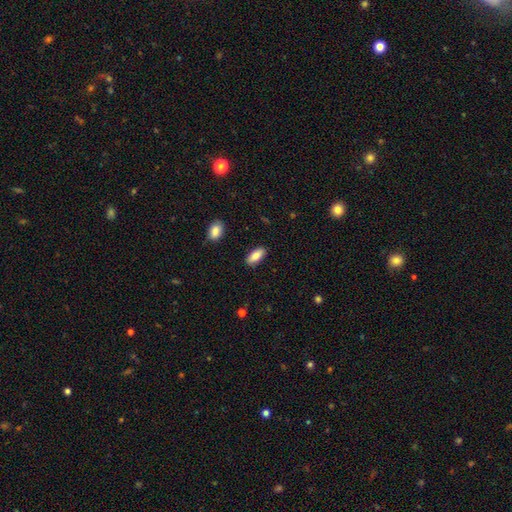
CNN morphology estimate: A smooth galaxy with no disk features (84%) that is in between round and cigar-shaped (85%). Merging: none (88%).